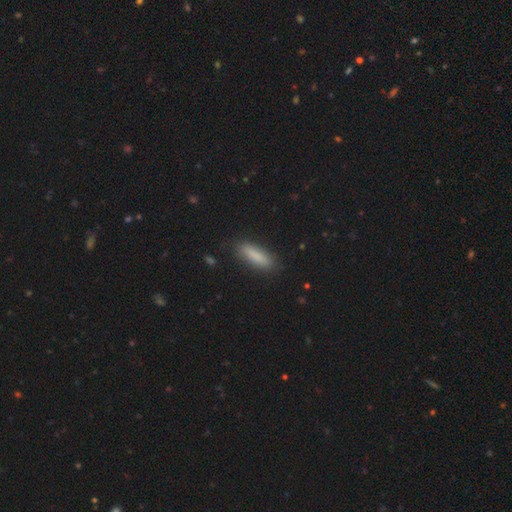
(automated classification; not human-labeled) A smooth galaxy with no disk features (85%) that is cigar-shaped (56%).

Vote fractions:
- Smooth or featured? smooth: 85% / featured or disk: 8% / star or artifact: 7%
- How rounded? cigar-shaped: 56% / in between: 43% / round: 2%
- Merging? none: 85% / minor disturbance: 11% / major disturbance: 3% / merger: 1%